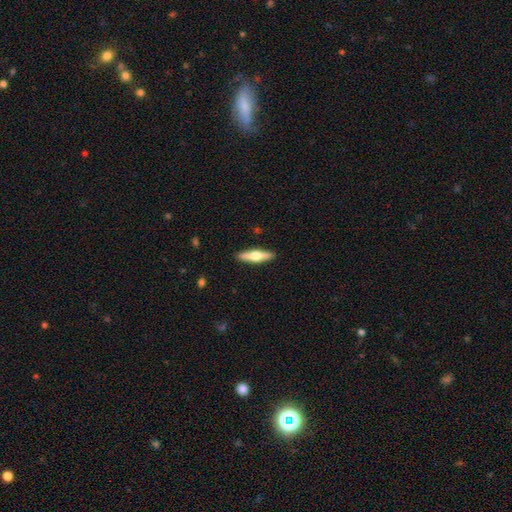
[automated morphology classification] A featured or disk galaxy (51%) viewed edge-on (95%).

Vote fractions:
- Smooth or featured? featured or disk: 51% / smooth: 44% / star or artifact: 5%
- Edge-on disk? yes: 95% / no: 5%
- Merging? none: 91% / minor disturbance: 6% / major disturbance: 1% / merger: 1%